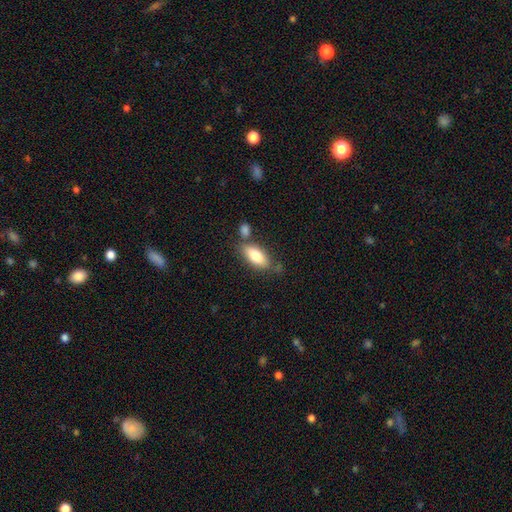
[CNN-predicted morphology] smooth_or_featured: smooth (p=0.77) [alt: featured or disk p=0.17]
how_rounded: in between (p=0.81) [alt: cigar-shaped p=0.16]
merging: none (p=0.65) [alt: minor disturbance p=0.16]